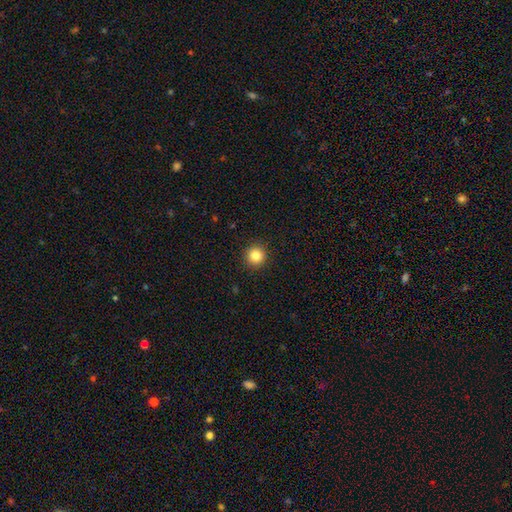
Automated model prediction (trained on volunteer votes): This is clearly a smooth galaxy (83%). How rounded: clearly round (94%). Merging: clearly none (93%).